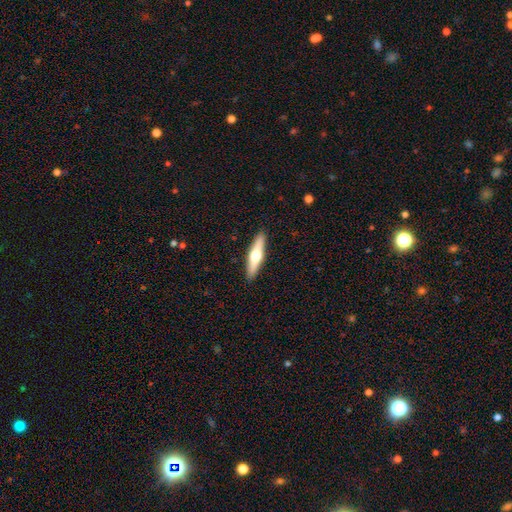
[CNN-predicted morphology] smooth_or_featured: featured or disk (p=0.50) [alt: smooth p=0.45]
merging: none (p=0.91) [alt: minor disturbance p=0.07]